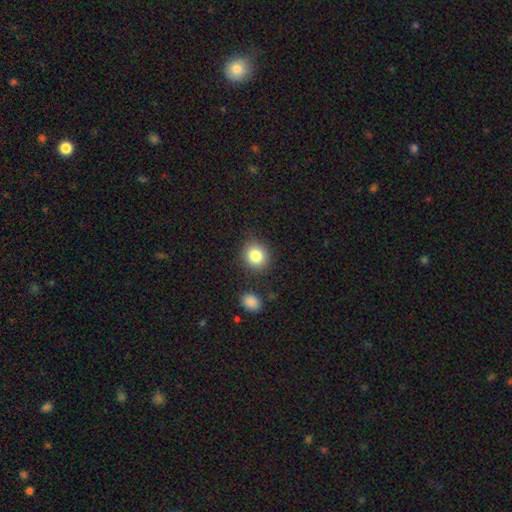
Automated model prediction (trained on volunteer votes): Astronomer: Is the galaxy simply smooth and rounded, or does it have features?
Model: smooth — 83%.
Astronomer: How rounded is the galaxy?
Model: round — 82%.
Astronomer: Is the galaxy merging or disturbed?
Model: none — 84%.